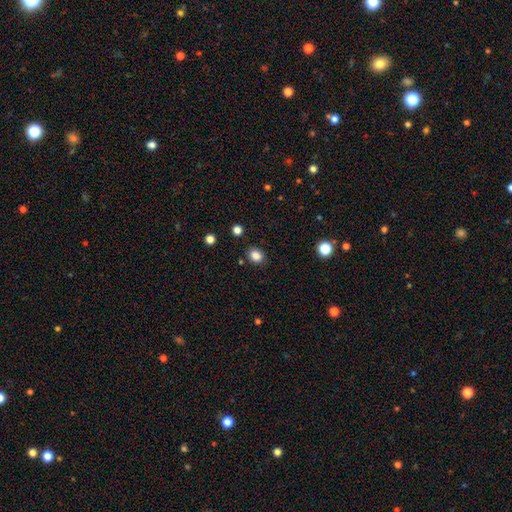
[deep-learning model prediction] Q: Smooth or featured?
A: smooth (85%); runner-up: star or artifact (11%)
Q: How rounded?
A: round (53%); runner-up: in between (46%)
Q: Merging?
A: none (84%); runner-up: minor disturbance (10%)